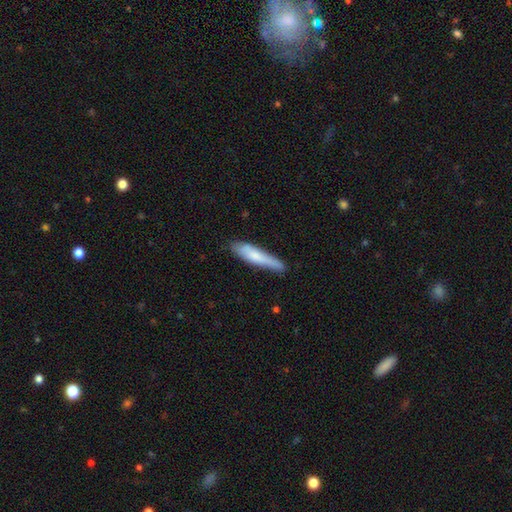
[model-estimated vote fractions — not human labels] Smooth or featured? smooth (73%)
How rounded? cigar-shaped (84%)
Merging? none (71%)